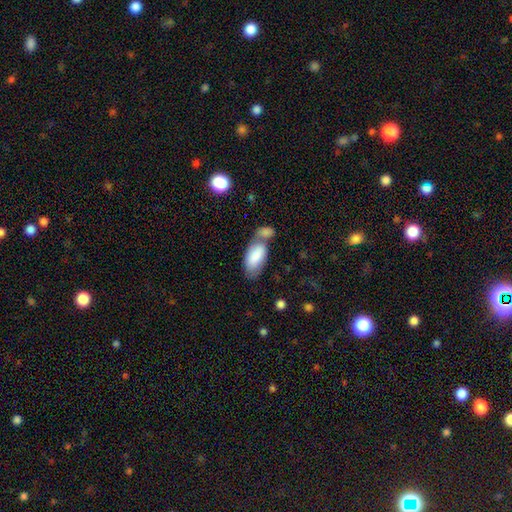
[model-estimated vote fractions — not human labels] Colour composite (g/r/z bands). It shows a smooth galaxy with no disk features (78%) that is in between round and cigar-shaped (94%). Merging: merger (45%).